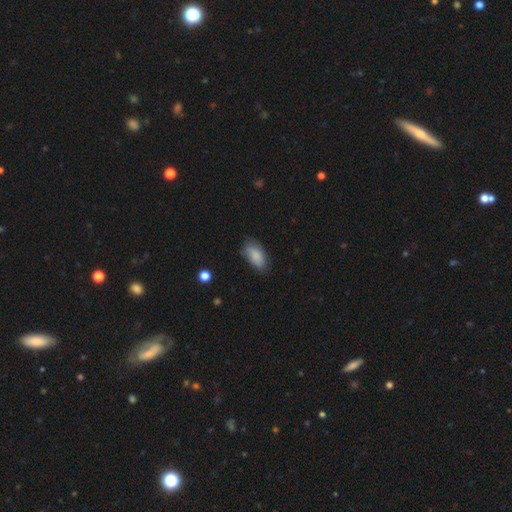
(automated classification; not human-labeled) A smooth galaxy with no disk features (86%) that is in between round and cigar-shaped (92%). Merging: none (71%).